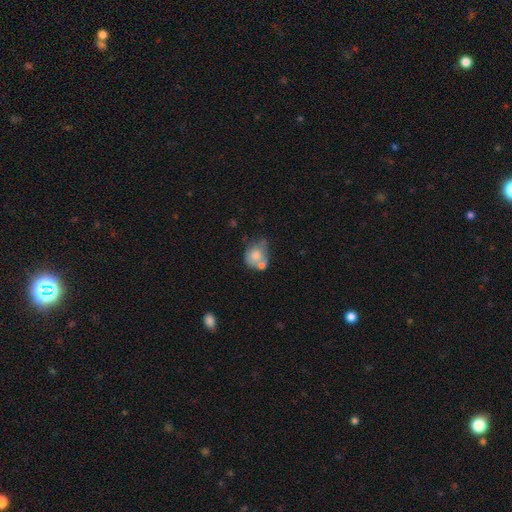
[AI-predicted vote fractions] A smooth galaxy with no disk features (67%) that is round (61%).

Vote fractions:
- Smooth or featured? smooth: 67% / featured or disk: 25% / star or artifact: 8%
- How rounded? round: 61% / in between: 38% / cigar-shaped: 1%
- Merging? merger: 36% / none: 30% / minor disturbance: 22% / major disturbance: 12%